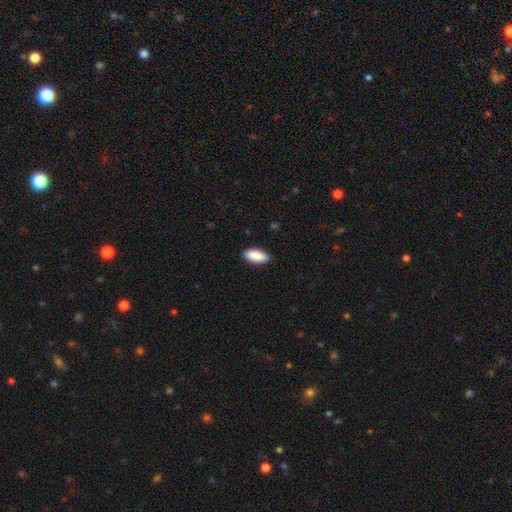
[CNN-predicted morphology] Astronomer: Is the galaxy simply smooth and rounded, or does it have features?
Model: smooth — 90%.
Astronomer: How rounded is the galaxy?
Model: in between — 88%.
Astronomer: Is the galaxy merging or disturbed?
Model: none — 89%.